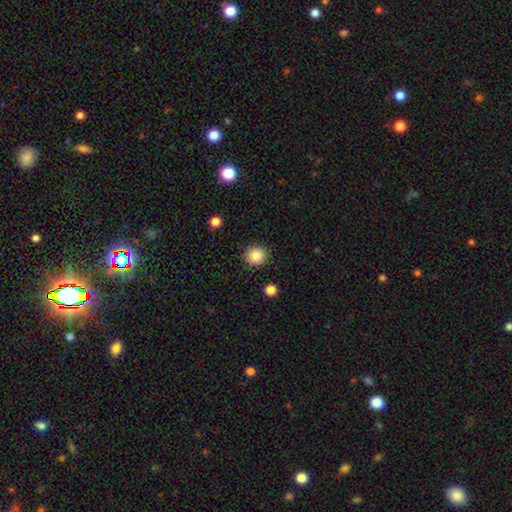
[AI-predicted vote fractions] smooth-or-featured: smooth: 86% | star or artifact: 9% | featured or disk: 4%
  how-rounded: round: 86% | in between: 13% | cigar-shaped: 1%
  merging: none: 89% | minor disturbance: 8% | major disturbance: 2% | merger: 2%